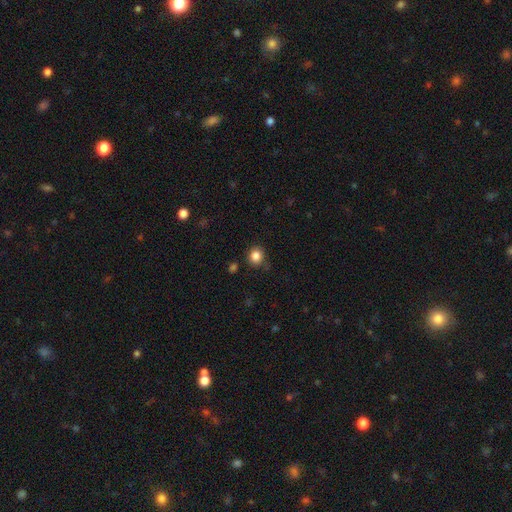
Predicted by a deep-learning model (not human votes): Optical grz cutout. It shows a smooth galaxy with no disk features (84%) that is round (84%). Merging: none (84%).